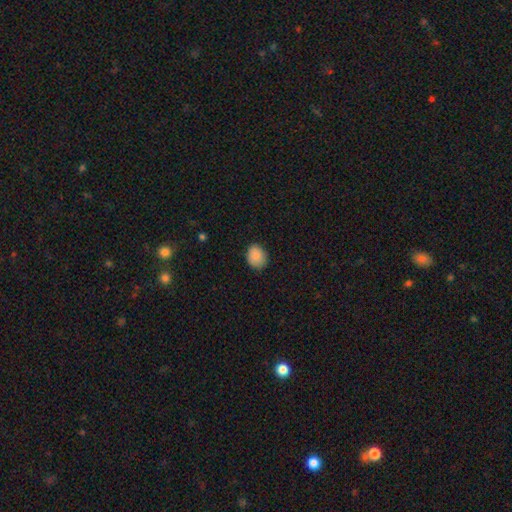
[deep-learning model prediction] Smooth or featured: smooth — 86% (star or artifact — 8%)
How rounded: in between — 56% (round — 43%)
Merging: none — 82% (minor disturbance — 15%)